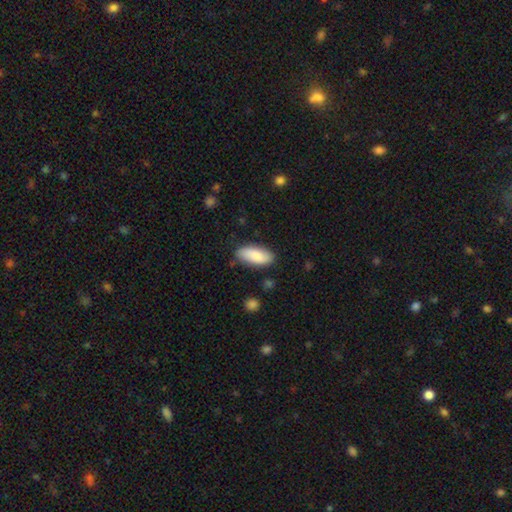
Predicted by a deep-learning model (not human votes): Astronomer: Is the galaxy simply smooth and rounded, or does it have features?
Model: smooth — 81%.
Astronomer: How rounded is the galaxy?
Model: in between — 87%.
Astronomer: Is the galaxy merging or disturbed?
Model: none — 82%.